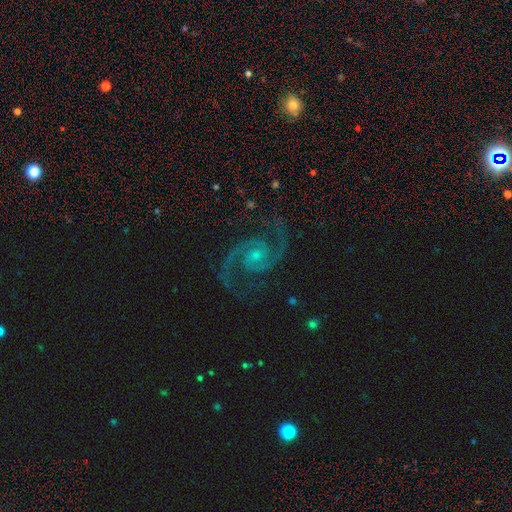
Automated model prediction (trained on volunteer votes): Overall: featured or disk (94%). Edge-on disk: no (98%). Bar: no (65%; weak 29%). Spiral arms: yes (99%). Spiral arm count: 2 (94%). Spiral winding: medium (64%). Bulge size: small (60%; moderate 31%). Merging: none (82%).